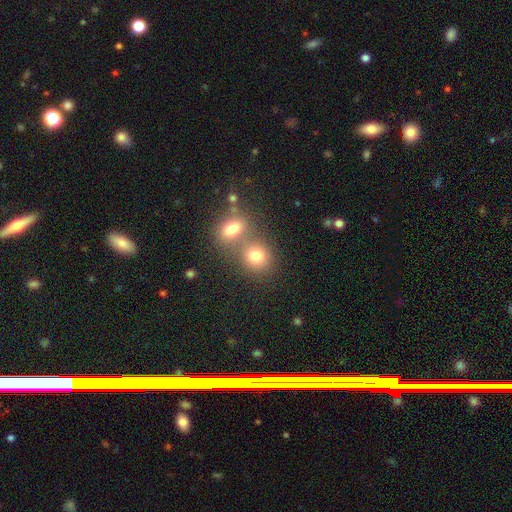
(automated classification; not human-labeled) Overall: smooth (78%). How rounded: round (74%). Merging: none (47%; merger 42%).